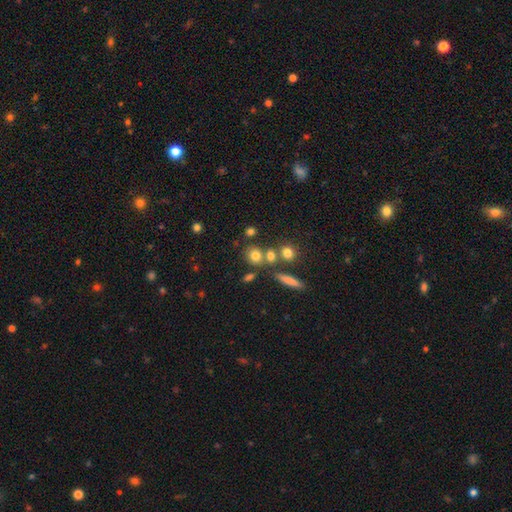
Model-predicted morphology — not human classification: smooth 74%, star or artifact 14%, featured or disk 12%. Down the decision tree: how rounded — round (66%); merging — none (64%).